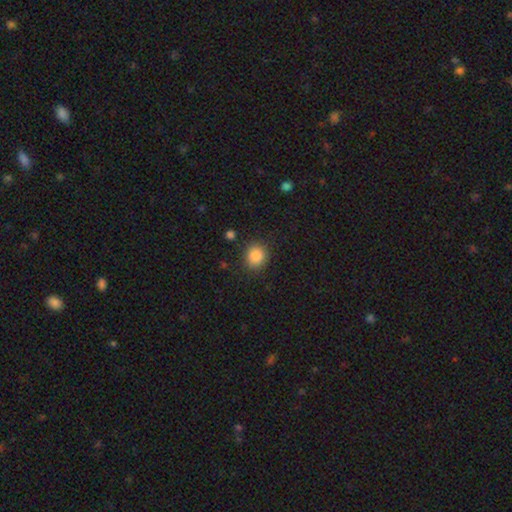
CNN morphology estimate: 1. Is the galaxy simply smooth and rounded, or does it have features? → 87% smooth, 9% star or artifact, 4% featured or disk.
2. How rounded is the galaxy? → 78% round, 21% in between, 1% cigar-shaped.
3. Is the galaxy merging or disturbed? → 86% none, 9% minor disturbance, 3% major disturbance, 2% merger.